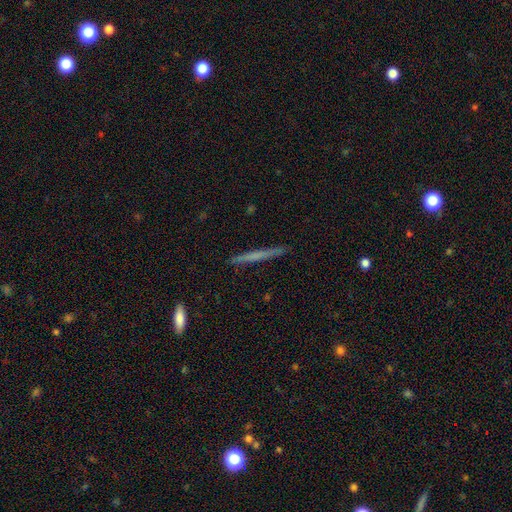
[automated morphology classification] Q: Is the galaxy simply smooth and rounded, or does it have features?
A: smooth — 48%.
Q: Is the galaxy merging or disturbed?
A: none — 89%.